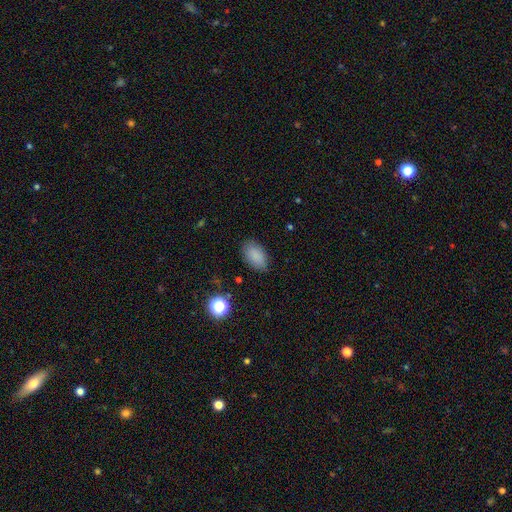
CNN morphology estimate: smooth 86%, star or artifact 9%, featured or disk 5%. Down the decision tree: how rounded — in between (91%); merging — none (83%).